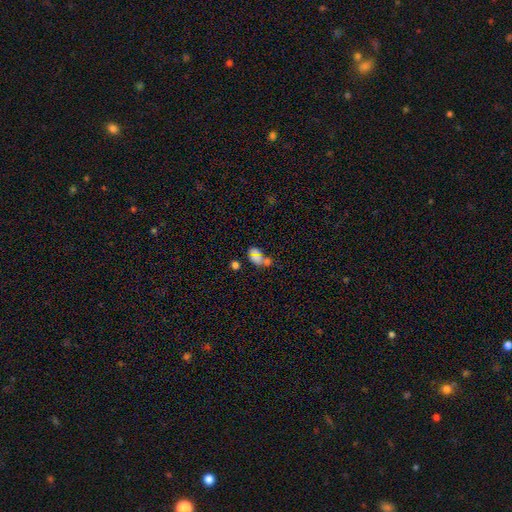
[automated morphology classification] Smooth or featured? Predicted: smooth (p=0.53). How rounded? Predicted: in between (p=0.74). Merging? Predicted: none (p=0.40).